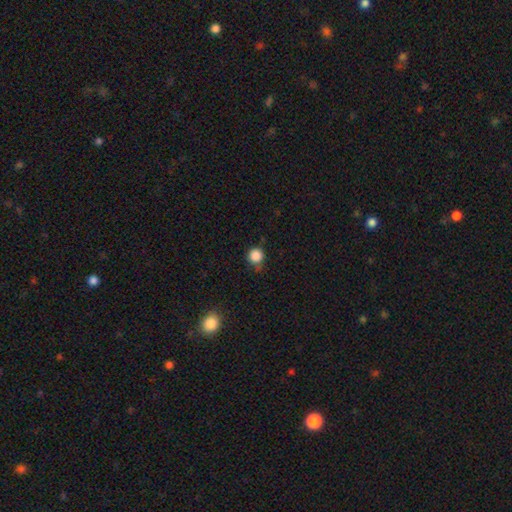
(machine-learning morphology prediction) smooth_or_featured: smooth (p=0.86) [alt: star or artifact p=0.11]
how_rounded: round (p=0.94) [alt: in between p=0.05]
merging: none (p=0.75) [alt: minor disturbance p=0.17]